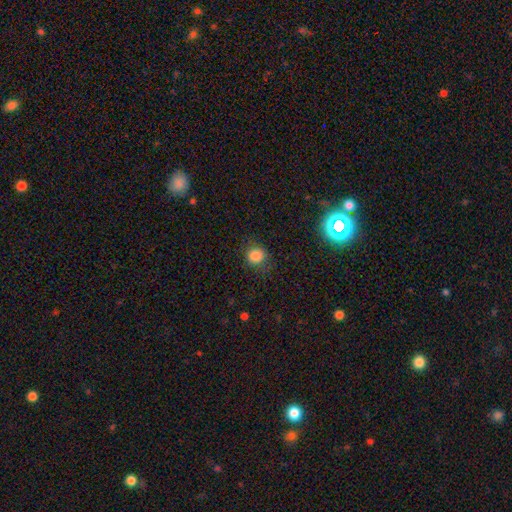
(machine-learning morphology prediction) The model was most divided on "how rounded": round: 81%, in between: 18%, cigar-shaped: 1%. More confident: smooth or featured — smooth (83%); merging — none (80%).